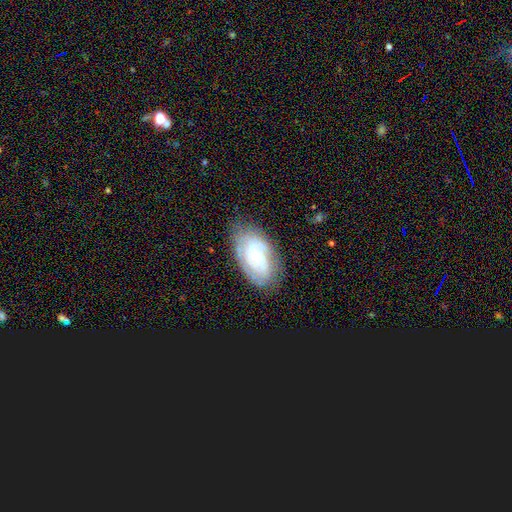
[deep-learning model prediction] This is likely a featured or disk galaxy (71%). It is clearly not viewed edge-on (96%). Bar: possibly no (47%). Spiral arm pattern: clearly yes (90%). Spiral arm count: marginally 2 (40%). Spiral winding: possibly tight (58%). Central bulge: likely small (62%). Merging: likely none (73%).